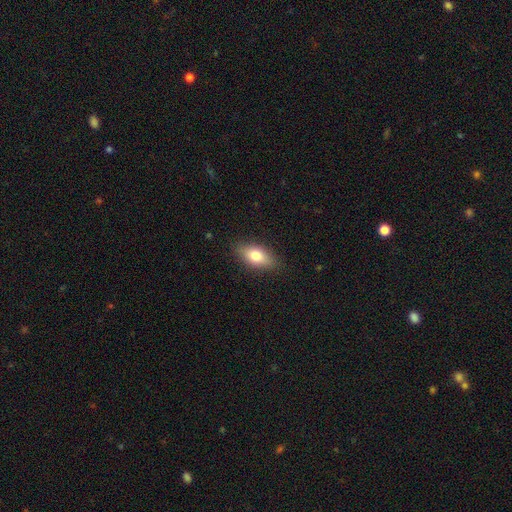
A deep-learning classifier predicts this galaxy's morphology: Smooth or featured: smooth — 76% (featured or disk — 17%)
How rounded: in between — 85% (cigar-shaped — 10%)
Merging: none — 86% (minor disturbance — 11%)